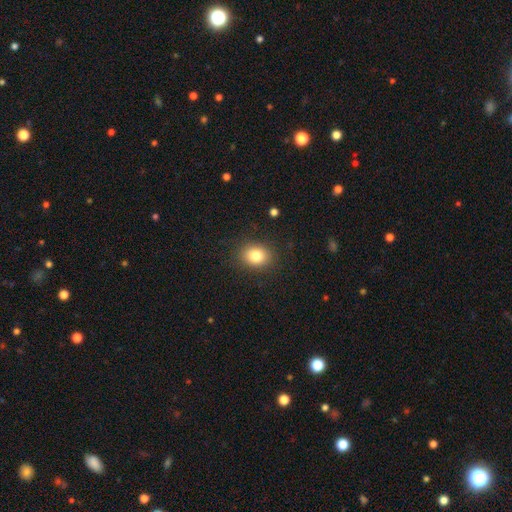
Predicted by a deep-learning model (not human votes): Overall: smooth (81%). How rounded: round (52%; in between 47%). Merging: none (88%).